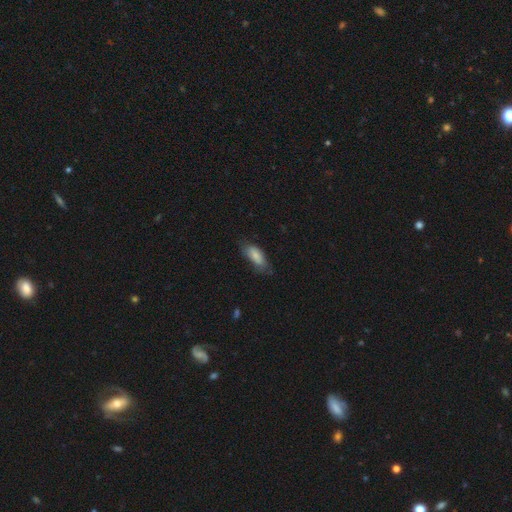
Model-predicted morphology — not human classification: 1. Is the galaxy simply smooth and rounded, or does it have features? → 78% smooth, 15% featured or disk, 7% star or artifact.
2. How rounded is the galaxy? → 81% in between, 17% cigar-shaped, 2% round.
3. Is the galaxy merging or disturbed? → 60% none, 29% minor disturbance, 9% major disturbance, 2% merger.